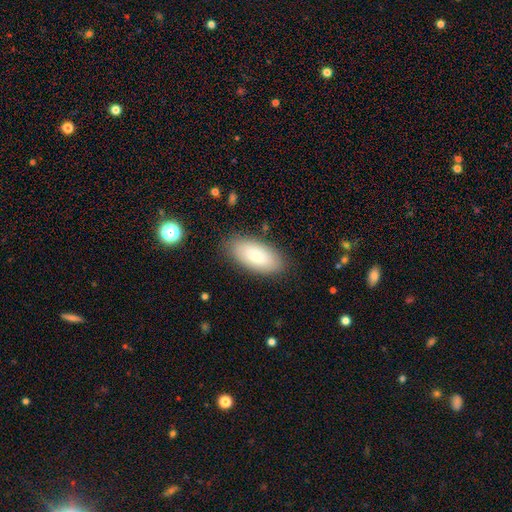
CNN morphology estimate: Smooth or featured: smooth — 82% (featured or disk — 11%)
How rounded: in between — 91% (cigar-shaped — 7%)
Merging: none — 85% (minor disturbance — 11%)